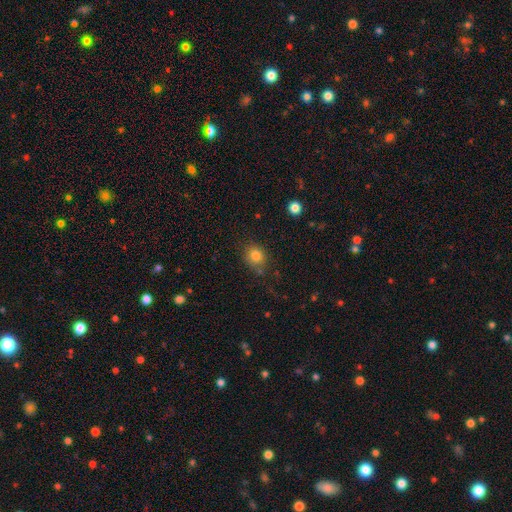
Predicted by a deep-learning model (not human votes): A smooth galaxy with no disk features (83%) that is round (69%).

Vote fractions:
- Smooth or featured? smooth: 83% / star or artifact: 11% / featured or disk: 6%
- How rounded? round: 69% / in between: 30% / cigar-shaped: 1%
- Merging? none: 75% / minor disturbance: 17% / major disturbance: 5% / merger: 4%